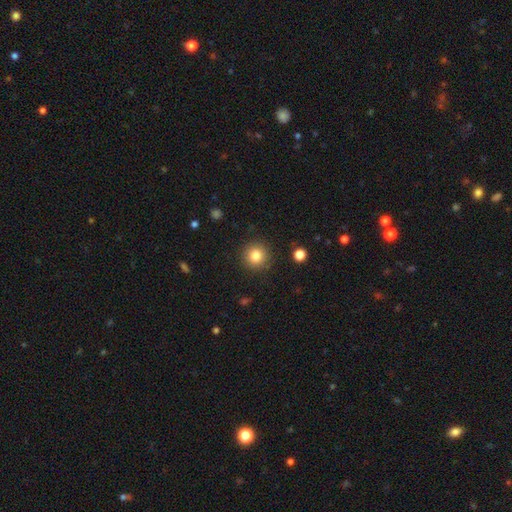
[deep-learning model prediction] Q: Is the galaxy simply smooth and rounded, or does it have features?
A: smooth — 82%.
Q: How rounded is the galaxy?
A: round — 95%.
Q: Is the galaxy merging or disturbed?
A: none — 89%.